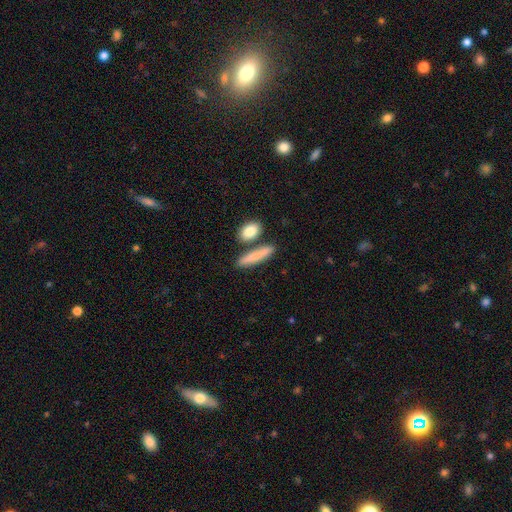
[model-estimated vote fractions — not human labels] This appears to be a smooth galaxy with no disk features (80%) that is cigar-shaped (71%). Merging: none (73%).